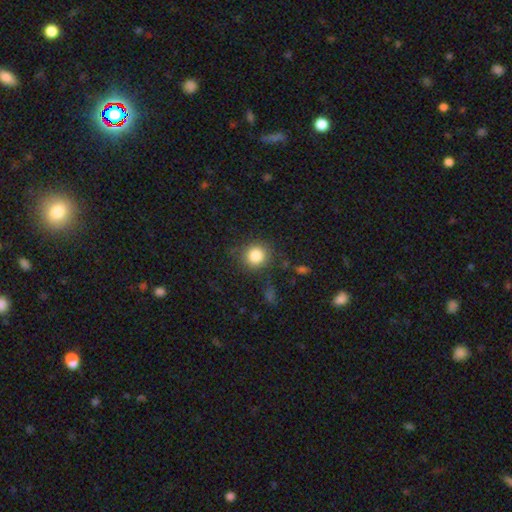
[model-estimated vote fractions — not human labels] Smooth or featured? smooth (84%)
How rounded? round (91%)
Merging? none (84%)